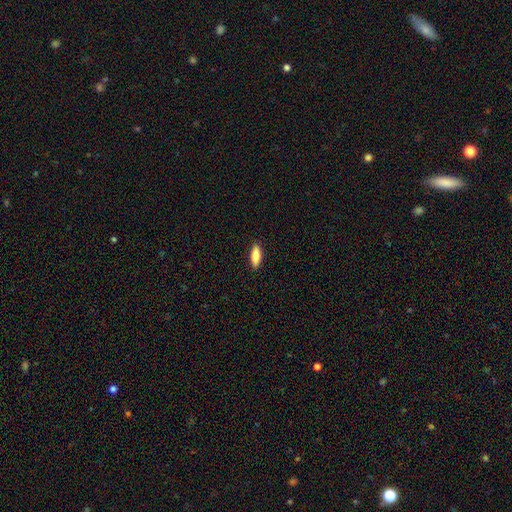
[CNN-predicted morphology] smooth_or_featured: smooth (p=0.82) [alt: featured or disk p=0.12]
how_rounded: in between (p=0.59) [alt: cigar-shaped p=0.39]
merging: none (p=0.90) [alt: minor disturbance p=0.08]